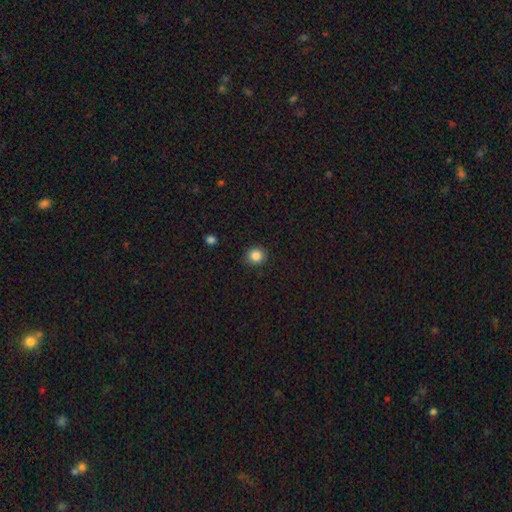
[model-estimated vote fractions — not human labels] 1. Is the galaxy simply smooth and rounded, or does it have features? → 85% smooth, 10% star or artifact, 4% featured or disk.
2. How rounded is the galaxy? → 87% round, 12% in between, 1% cigar-shaped.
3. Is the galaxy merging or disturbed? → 89% none, 7% minor disturbance, 2% major disturbance, 1% merger.